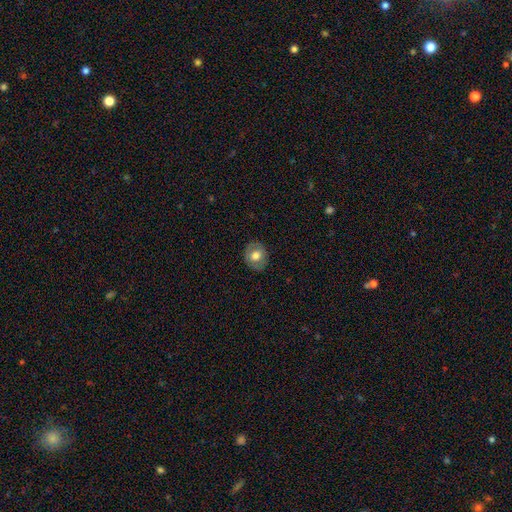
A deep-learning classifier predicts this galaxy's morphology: Smooth or featured? Predicted: smooth (p=0.64). How rounded? Predicted: round (p=0.65). Merging? Predicted: none (p=0.85).